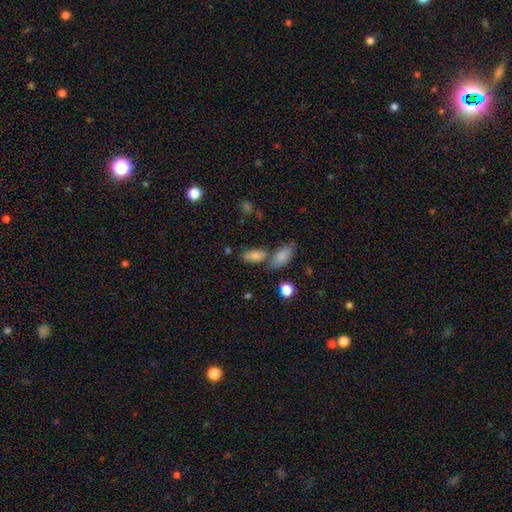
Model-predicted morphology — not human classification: smooth_or_featured: smooth (p=0.73) [alt: star or artifact p=0.14]
how_rounded: in between (p=0.81) [alt: cigar-shaped p=0.11]
merging: none (p=0.48) [alt: merger p=0.33]